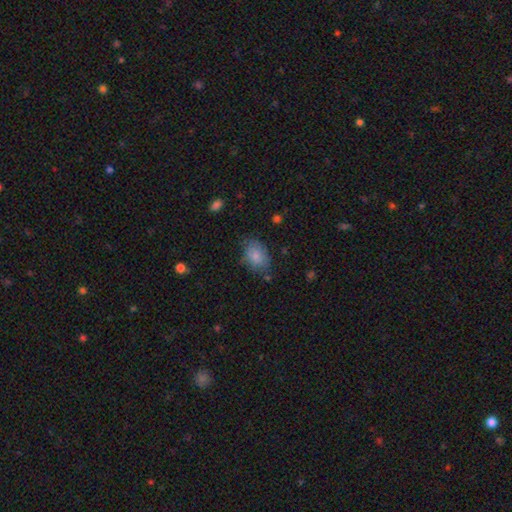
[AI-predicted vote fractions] A smooth galaxy with no disk features (82%) that is in between round and cigar-shaped (83%). Merging: none (66%).